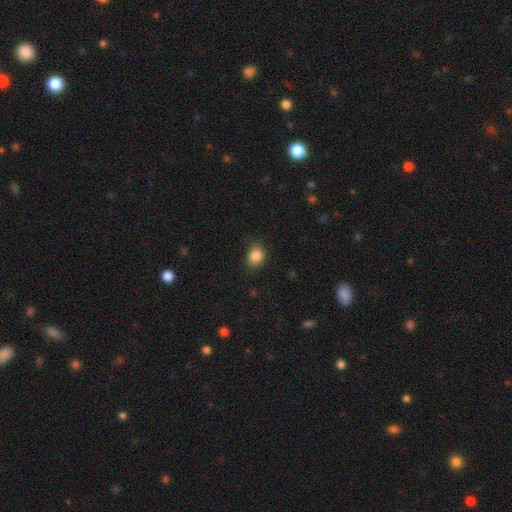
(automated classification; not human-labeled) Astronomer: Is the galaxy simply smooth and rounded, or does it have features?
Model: smooth — 85%.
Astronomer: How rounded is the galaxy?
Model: round — 59% (runner-up: in between, 40%).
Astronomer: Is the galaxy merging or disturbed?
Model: none — 72%.